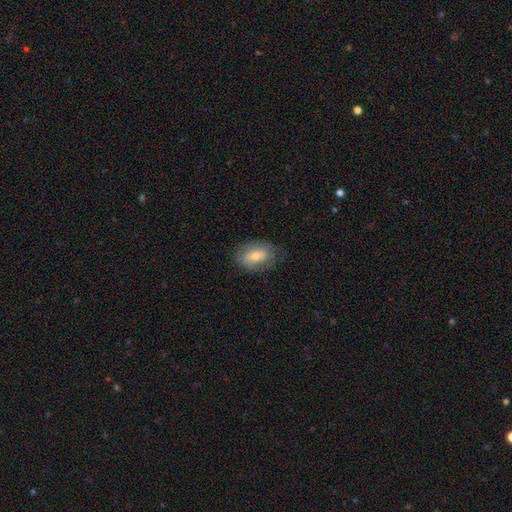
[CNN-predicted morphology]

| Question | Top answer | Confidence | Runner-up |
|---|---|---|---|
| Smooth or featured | smooth | 61% | featured or disk (31%) |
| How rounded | in between | 84% | round (14%) |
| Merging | none | 77% | minor disturbance (16%) |